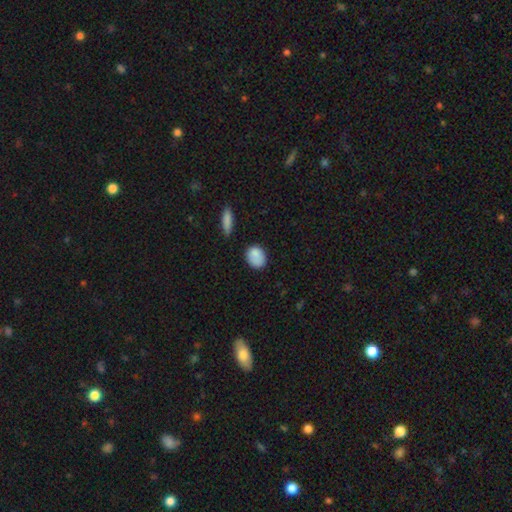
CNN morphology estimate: Q: Smooth or featured?
A: smooth (87%); runner-up: star or artifact (8%)
Q: How rounded?
A: in between (50%); runner-up: round (48%)
Q: Merging?
A: none (75%); runner-up: minor disturbance (18%)